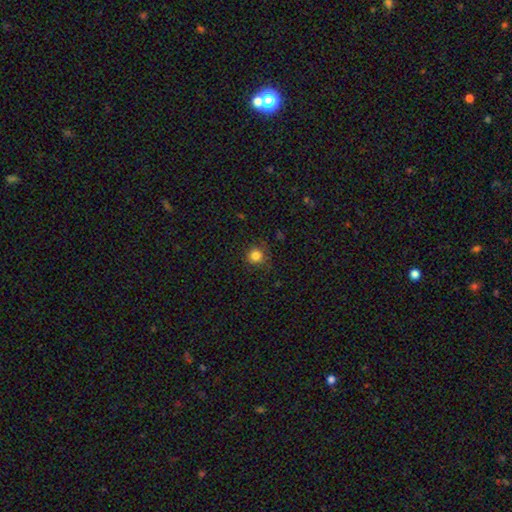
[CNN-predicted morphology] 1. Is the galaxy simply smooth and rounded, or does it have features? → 83% smooth, 13% star or artifact, 4% featured or disk.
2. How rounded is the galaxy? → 94% round, 5% in between, 1% cigar-shaped.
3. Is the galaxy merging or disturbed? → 85% none, 11% minor disturbance, 3% major disturbance, 1% merger.